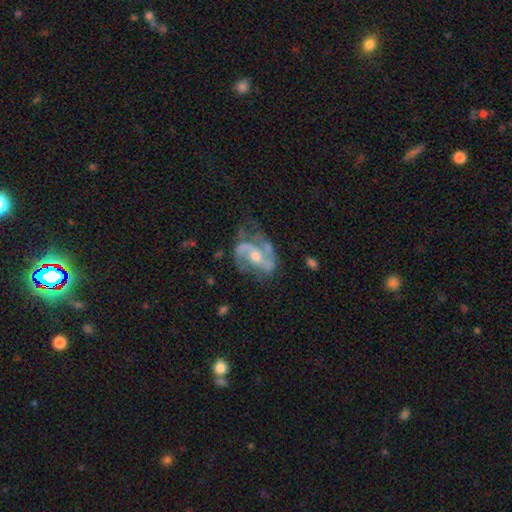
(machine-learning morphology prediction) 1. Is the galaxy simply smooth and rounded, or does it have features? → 86% featured or disk, 8% smooth, 6% star or artifact.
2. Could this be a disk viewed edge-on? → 97% no, 3% yes.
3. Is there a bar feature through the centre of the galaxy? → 45% no, 37% weak, 18% strong.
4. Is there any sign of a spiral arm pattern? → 93% yes, 7% no.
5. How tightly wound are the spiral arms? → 50% medium, 31% loose, 19% tight.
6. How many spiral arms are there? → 83% 2, 7% can't tell, 4% 3, 4% 1, 1% 4, 1% more than 4.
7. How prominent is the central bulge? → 60% moderate, 33% small, 4% large, 2% none, 1% dominant.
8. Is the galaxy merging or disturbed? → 53% none, 25% minor disturbance, 19% major disturbance, 3% merger.